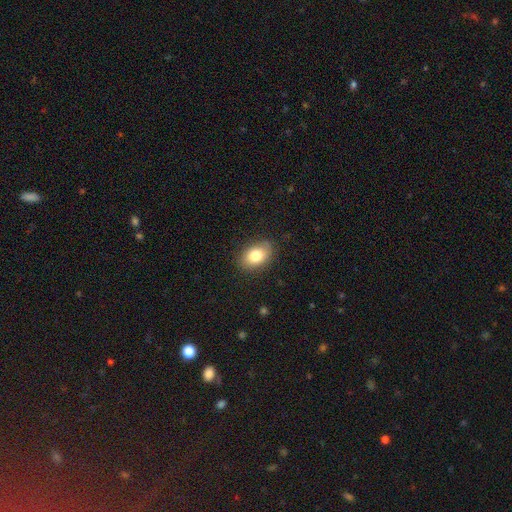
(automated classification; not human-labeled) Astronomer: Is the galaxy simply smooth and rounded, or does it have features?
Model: smooth — 81%.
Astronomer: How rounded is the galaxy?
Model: in between — 86%.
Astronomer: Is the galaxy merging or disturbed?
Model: none — 85%.